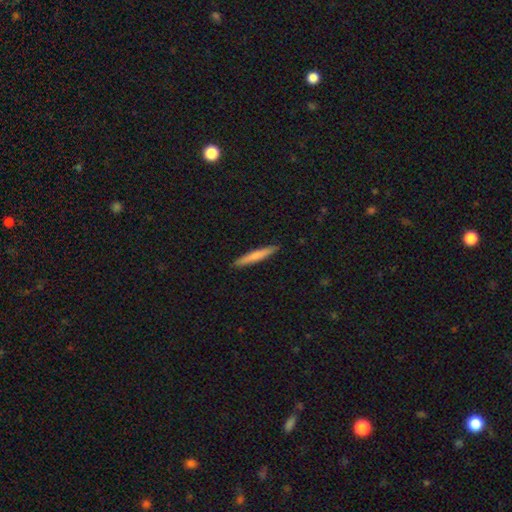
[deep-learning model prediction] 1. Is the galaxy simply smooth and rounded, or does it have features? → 71% smooth, 24% featured or disk, 5% star or artifact.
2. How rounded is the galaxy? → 95% cigar-shaped, 4% in between, 1% round.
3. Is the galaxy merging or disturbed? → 92% none, 6% minor disturbance, 1% major disturbance, 1% merger.